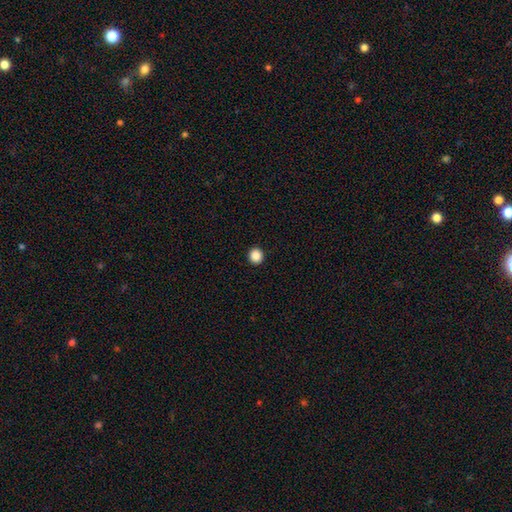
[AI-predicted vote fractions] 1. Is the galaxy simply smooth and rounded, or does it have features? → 87% smooth, 10% star or artifact, 3% featured or disk.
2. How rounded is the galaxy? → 92% round, 7% in between, 1% cigar-shaped.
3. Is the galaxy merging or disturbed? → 93% none, 4% minor disturbance, 1% major disturbance, 1% merger.